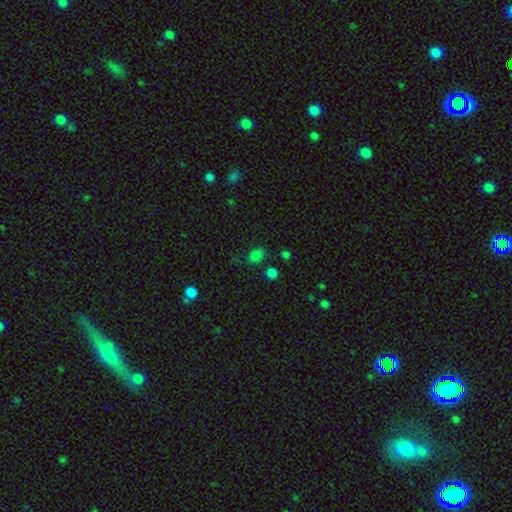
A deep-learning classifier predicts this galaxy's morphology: A smooth galaxy with no disk features (74%) that is in between round and cigar-shaped (68%).

Vote fractions:
- Smooth or featured? smooth: 74% / star or artifact: 21% / featured or disk: 5%
- How rounded? in between: 68% / round: 30% / cigar-shaped: 1%
- Merging? none: 69% / minor disturbance: 18% / merger: 6% / major disturbance: 6%